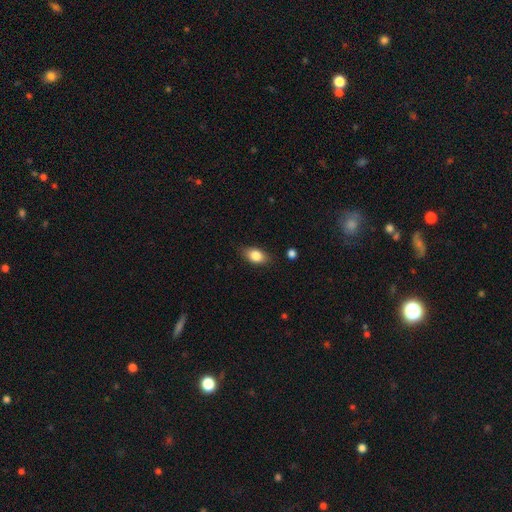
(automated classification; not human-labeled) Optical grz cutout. It shows a smooth galaxy with no disk features (82%) that is in between round and cigar-shaped (85%). Merging: none (81%).